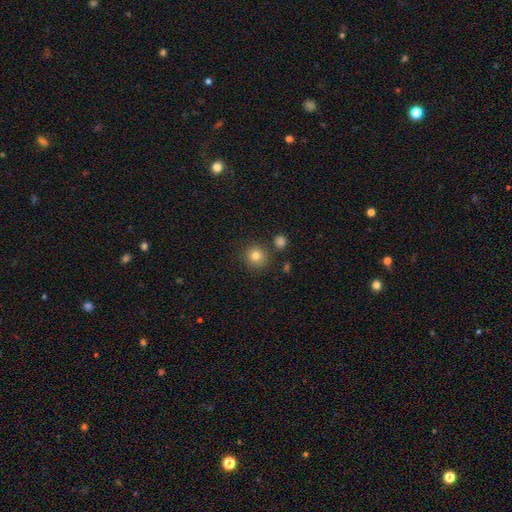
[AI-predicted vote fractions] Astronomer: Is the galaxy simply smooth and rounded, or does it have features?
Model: smooth — 81%.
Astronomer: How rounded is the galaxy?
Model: round — 93%.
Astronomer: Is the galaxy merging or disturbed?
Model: none — 83%.